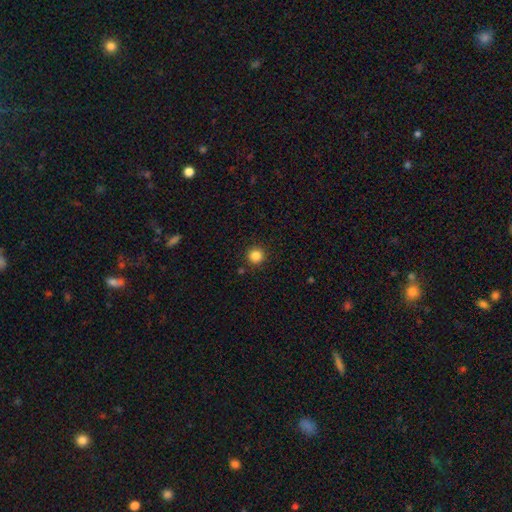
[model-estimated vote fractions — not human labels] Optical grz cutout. It shows a smooth galaxy with no disk features (85%) that is round (95%). Merging: none (91%).